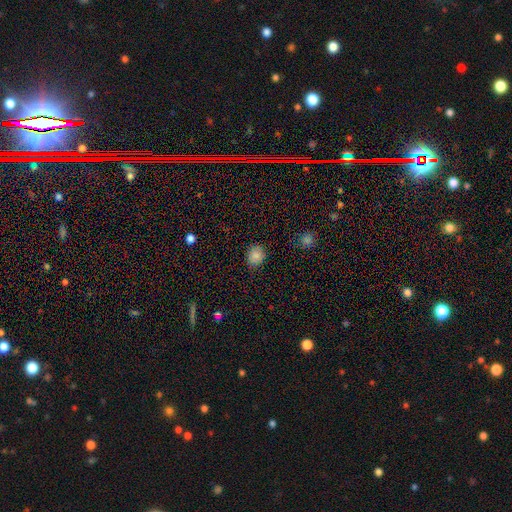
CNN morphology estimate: Smooth or featured?
  - smooth: 84% *
  - star or artifact: 11%
  - featured or disk: 5%
How rounded?
  - round: 72% *
  - in between: 27%
  - cigar-shaped: 1%
Merging?
  - none: 83% *
  - minor disturbance: 13%
  - major disturbance: 3%
  - merger: 1%